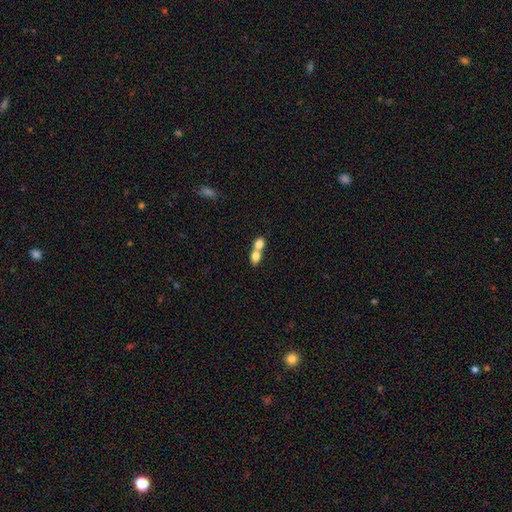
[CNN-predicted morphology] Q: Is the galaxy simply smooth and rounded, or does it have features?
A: smooth — 78%.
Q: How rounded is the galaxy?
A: in between — 57%.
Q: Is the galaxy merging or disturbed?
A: merger — 73%.